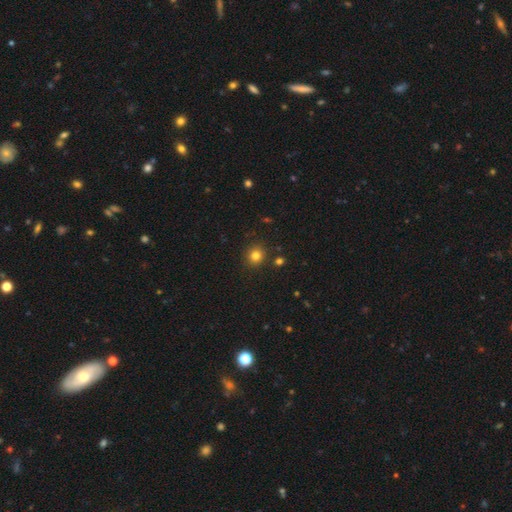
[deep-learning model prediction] This appears to be a smooth galaxy with no disk features (80%) that is round (88%). Merging: none (89%).